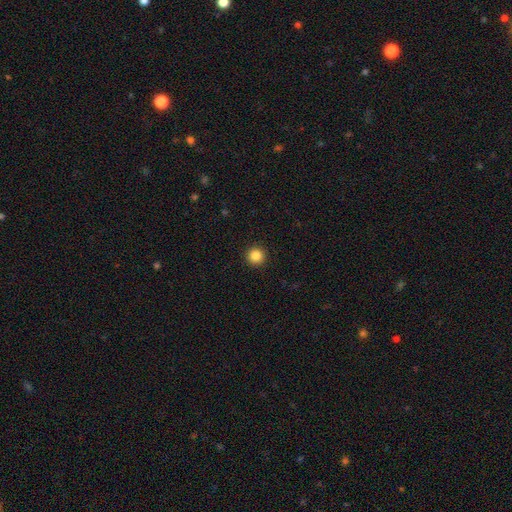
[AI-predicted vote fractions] smooth_or_featured: smooth (p=0.86) [alt: star or artifact p=0.11]
how_rounded: round (p=0.96) [alt: in between p=0.03]
merging: none (p=0.93) [alt: minor disturbance p=0.04]